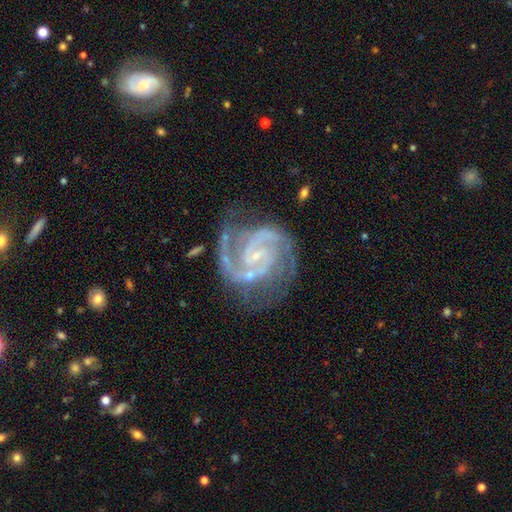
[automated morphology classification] Smooth or featured?
  - featured or disk: 92% *
  - star or artifact: 5%
  - smooth: 3%
Edge-on disk?
  - no: 98% *
  - yes: 2%
Bar?
  - weak: 43% *
  - no: 40%
  - strong: 18%
Spiral arms?
  - yes: 98% *
  - no: 2%
Spiral winding?
  - tight: 48% *
  - medium: 46%
  - loose: 7%
Spiral arm count?
  - 2: 70% *
  - 3: 15%
  - can't tell: 5%
  - 4: 3%
  - 1: 3%
  - more than 4: 3%
Bulge size?
  - small: 74% *
  - none: 14%
  - moderate: 10%
  - large: 1%
  - dominant: 1%
Merging?
  - none: 67% *
  - minor disturbance: 18%
  - major disturbance: 11%
  - merger: 4%